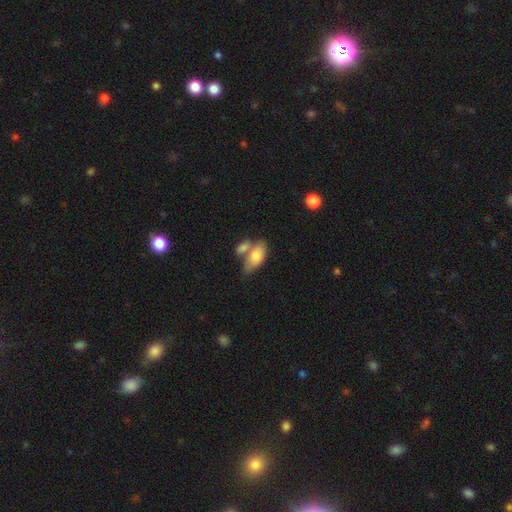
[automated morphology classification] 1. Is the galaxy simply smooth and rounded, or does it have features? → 77% smooth, 17% featured or disk, 6% star or artifact.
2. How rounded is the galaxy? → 91% in between, 5% cigar-shaped, 4% round.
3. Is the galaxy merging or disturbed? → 47% merger, 35% none, 13% minor disturbance, 5% major disturbance.